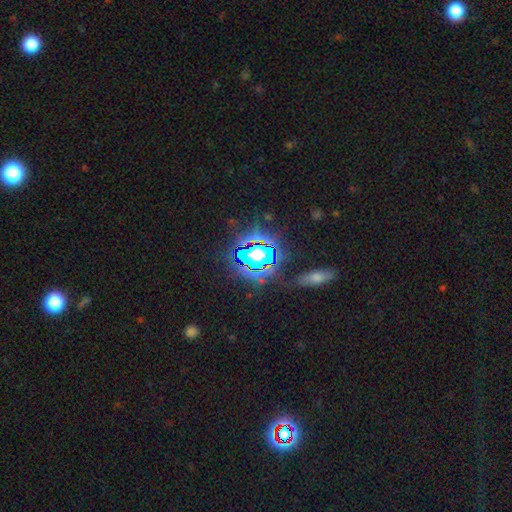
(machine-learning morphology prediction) star or artifact 76%, smooth 14%, featured or disk 10%.